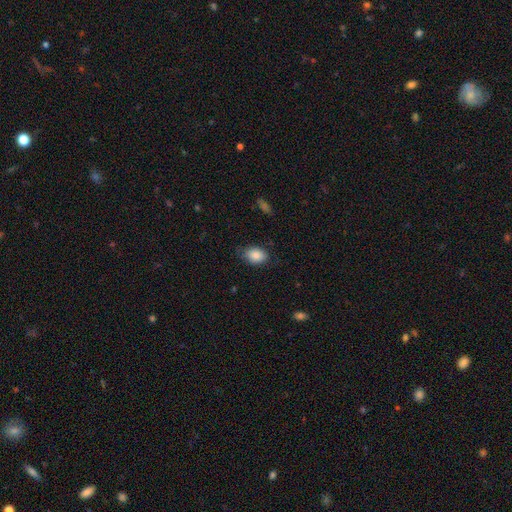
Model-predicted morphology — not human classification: smooth-or-featured: smooth: 88% | star or artifact: 7% | featured or disk: 5%
  how-rounded: in between: 81% | round: 18% | cigar-shaped: 1%
  merging: none: 74% | minor disturbance: 20% | major disturbance: 4% | merger: 1%